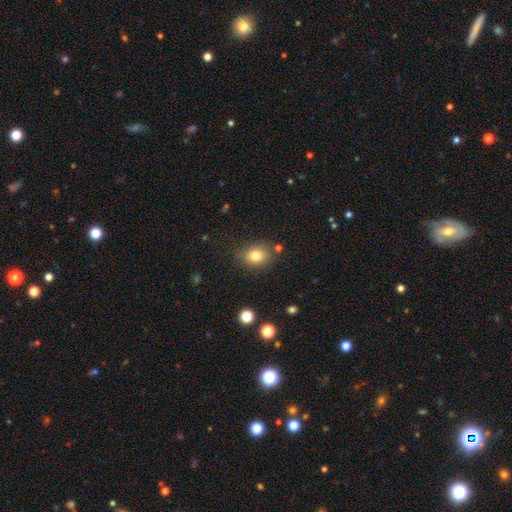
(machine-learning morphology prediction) smooth 81%, star or artifact 11%, featured or disk 8%. Down the decision tree: how rounded — round (51%); merging — none (79%).